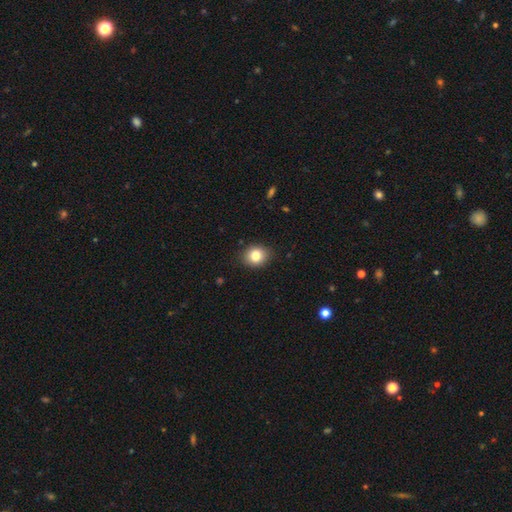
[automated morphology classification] Smooth or featured?
  - smooth: 82% *
  - star or artifact: 10%
  - featured or disk: 8%
How rounded?
  - round: 63% *
  - in between: 36%
  - cigar-shaped: 1%
Merging?
  - none: 87% *
  - minor disturbance: 9%
  - major disturbance: 2%
  - merger: 1%